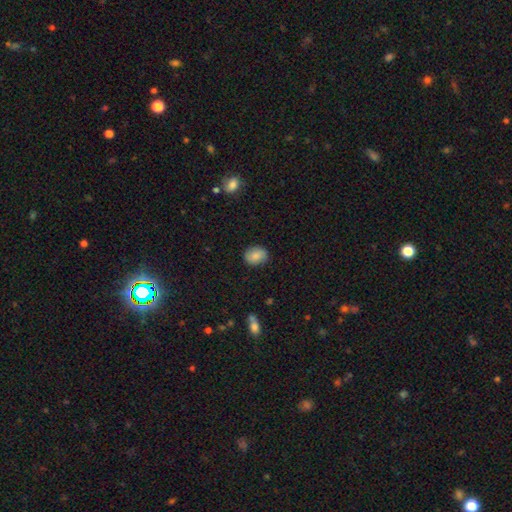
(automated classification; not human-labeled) The model was most divided on "how rounded": in between: 60%, round: 39%, cigar-shaped: 1%. More confident: merging — none (87%); smooth or featured — smooth (84%).